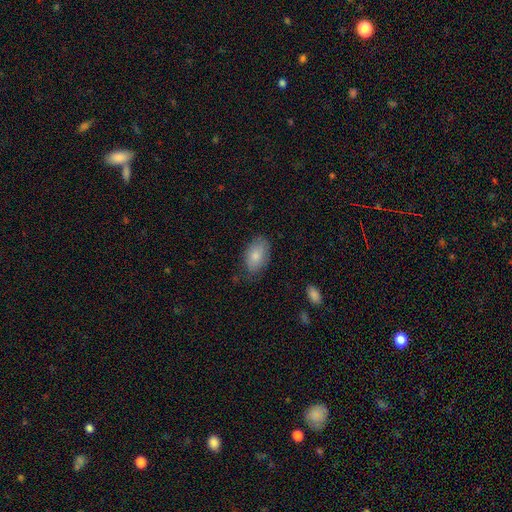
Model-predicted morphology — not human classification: smooth 82%, featured or disk 12%, star or artifact 6%. Down the decision tree: how rounded — in between (92%); merging — none (73%).